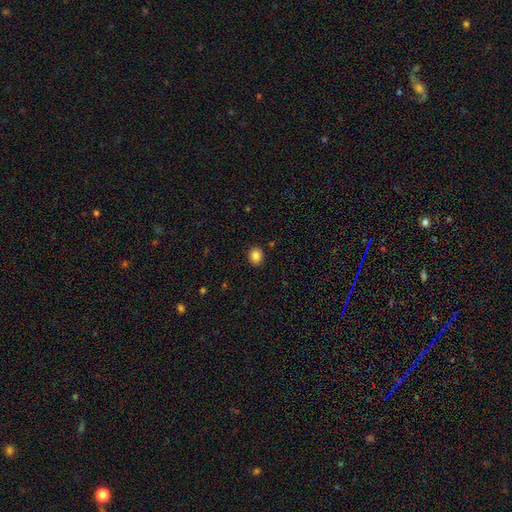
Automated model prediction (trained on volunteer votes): Smooth or featured? smooth (85%)
How rounded? round (66%)
Merging? none (90%)